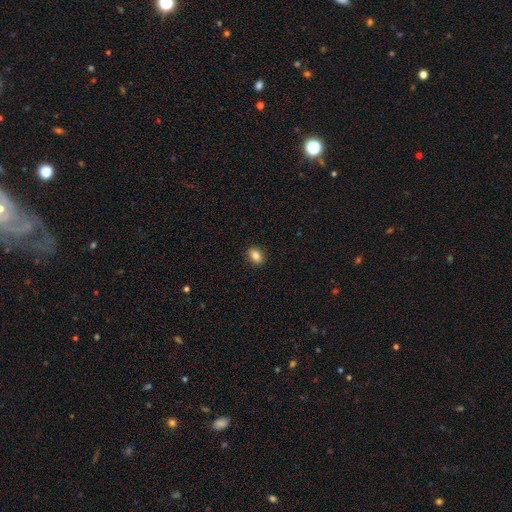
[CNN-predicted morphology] A smooth galaxy with no disk features (84%) that is in between round and cigar-shaped (71%).

Vote fractions:
- Smooth or featured? smooth: 84% / star or artifact: 9% / featured or disk: 7%
- How rounded? in between: 71% / round: 27% / cigar-shaped: 2%
- Merging? none: 90% / minor disturbance: 7% / major disturbance: 2% / merger: 1%